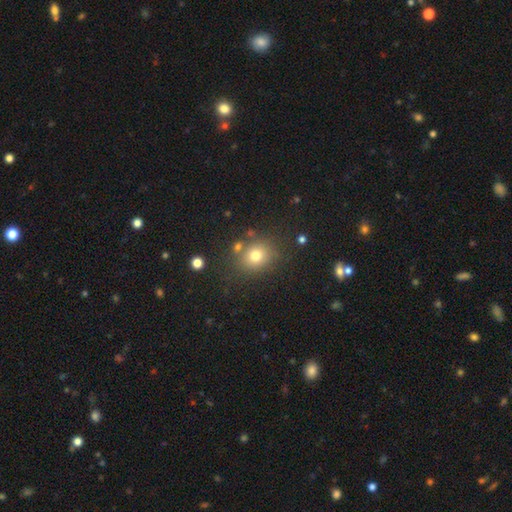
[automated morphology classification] Smooth or featured? Predicted: smooth (p=0.75). How rounded? Predicted: round (p=0.72). Merging? Predicted: none (p=0.77).